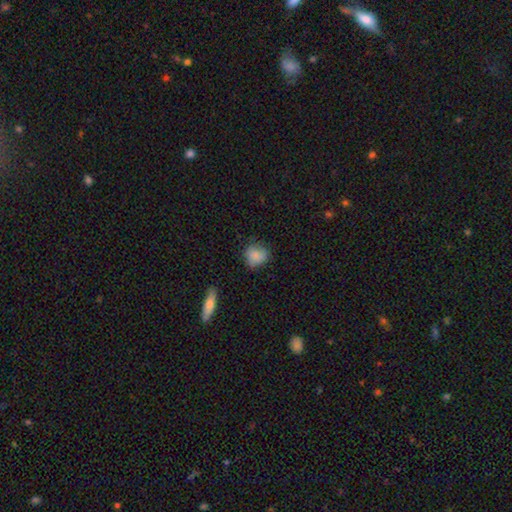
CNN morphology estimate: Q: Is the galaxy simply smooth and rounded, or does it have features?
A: smooth — 83%.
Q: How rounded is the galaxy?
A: round — 72%.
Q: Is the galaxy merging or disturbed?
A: none — 69%.